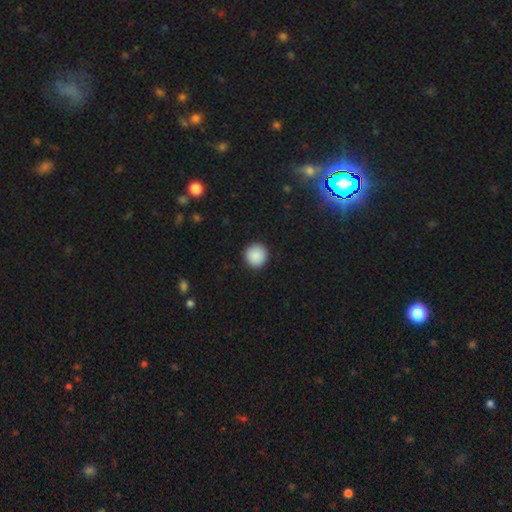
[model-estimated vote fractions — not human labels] smooth-or-featured: smooth: 89% | star or artifact: 8% | featured or disk: 3%
  how-rounded: round: 95% | in between: 4% | cigar-shaped: 1%
  merging: none: 93% | minor disturbance: 5% | major disturbance: 2% | merger: 1%